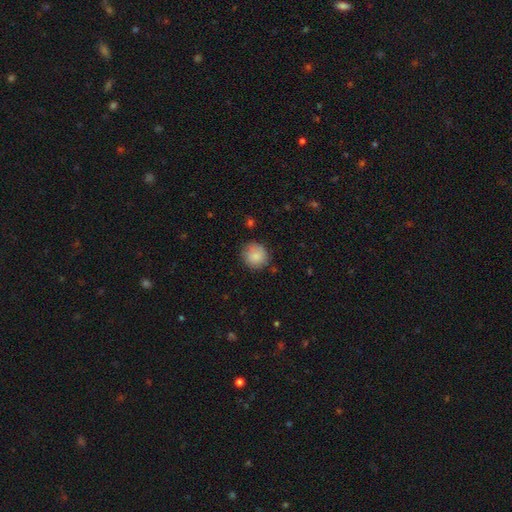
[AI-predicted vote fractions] Smooth or featured? Predicted: smooth (p=0.86). How rounded? Predicted: round (p=0.89). Merging? Predicted: none (p=0.80).